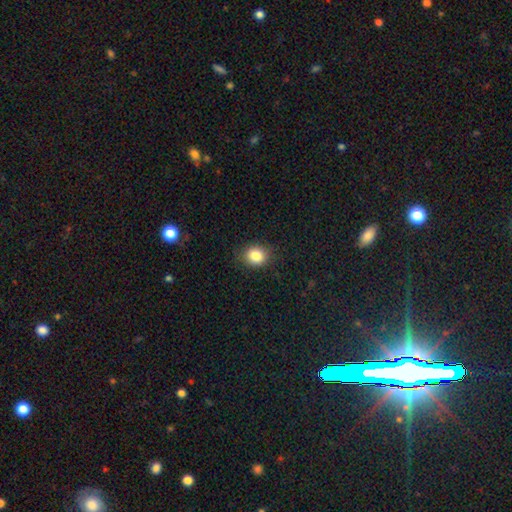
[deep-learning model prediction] smooth 84%, star or artifact 10%, featured or disk 6%. Down the decision tree: how rounded — round (66%); merging — none (86%).